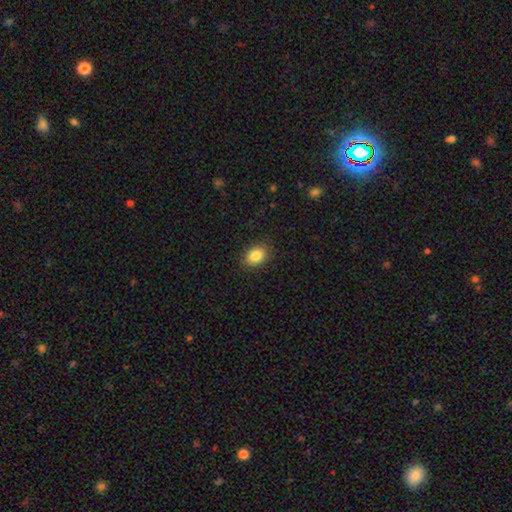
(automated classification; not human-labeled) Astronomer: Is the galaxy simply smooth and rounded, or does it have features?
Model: smooth — 85%.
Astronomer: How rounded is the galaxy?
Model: in between — 71%.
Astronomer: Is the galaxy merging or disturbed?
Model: none — 87%.